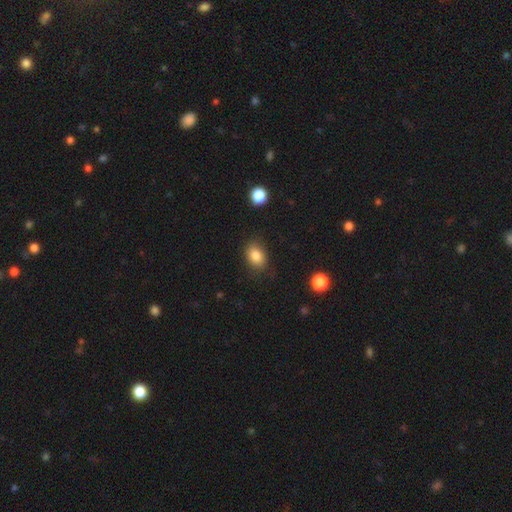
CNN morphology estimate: This is clearly a smooth galaxy (84%). How rounded: likely in between (73%). Merging: likely none (80%).